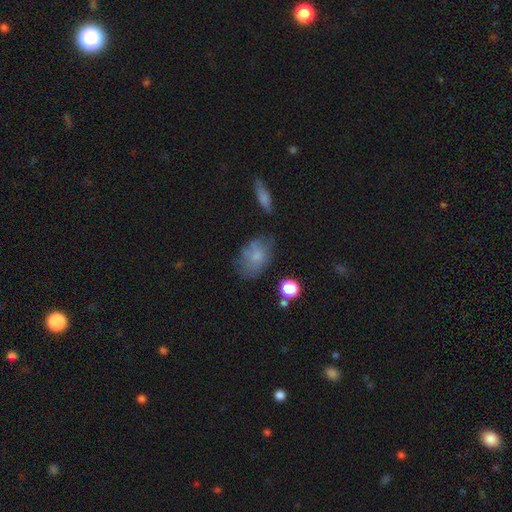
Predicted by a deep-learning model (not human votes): A smooth galaxy with no disk features (68%) that is in between round and cigar-shaped (83%). Merging: none (52%).